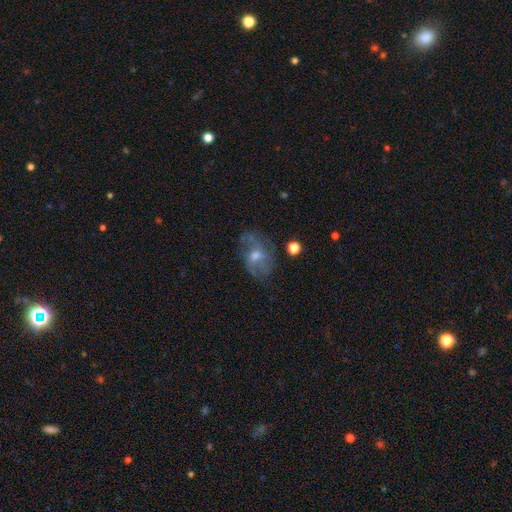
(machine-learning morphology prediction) featured or disk 66%, smooth 23%, star or artifact 11%. Down the decision tree: edge-on disk — no (96%); bar — no (54%); spiral arms — yes (74%); bulge size — moderate (53%); merging — none (60%).